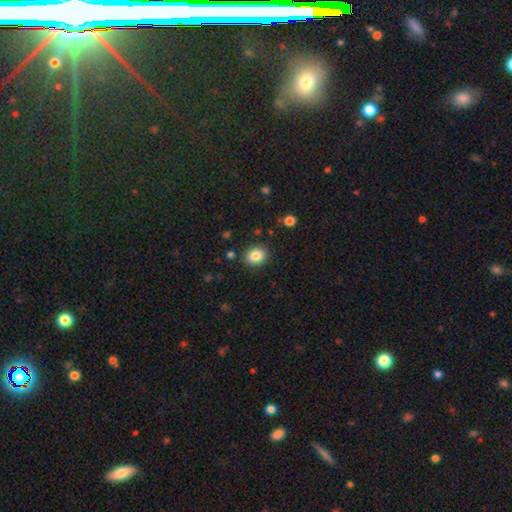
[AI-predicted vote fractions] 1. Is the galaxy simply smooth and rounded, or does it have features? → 85% smooth, 10% star or artifact, 5% featured or disk.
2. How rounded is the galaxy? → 51% round, 48% in between, 1% cigar-shaped.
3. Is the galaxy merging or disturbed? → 87% none, 8% minor disturbance, 2% major disturbance, 2% merger.